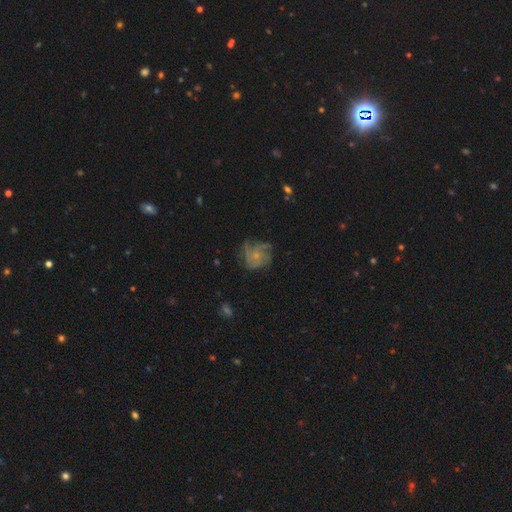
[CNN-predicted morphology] Smooth or featured?
  - featured or disk: 65% *
  - smooth: 23%
  - star or artifact: 12%
Edge-on disk?
  - no: 98% *
  - yes: 2%
Bar?
  - no: 82% *
  - weak: 15%
  - strong: 2%
Spiral arms?
  - yes: 83% *
  - no: 17%
Spiral winding?
  - medium: 42% *
  - tight: 35%
  - loose: 23%
Spiral arm count?
  - 4: 28% * (tied)
  - can't tell: 28% * (tied)
  - 3: 19%
  - more than 4: 11%
  - 2: 7%
  - 1: 6%
Bulge size?
  - small: 70% *
  - moderate: 20%
  - none: 8%
  - large: 1%
  - dominant: 1%
Merging?
  - none: 59% *
  - minor disturbance: 22%
  - major disturbance: 17%
  - merger: 2%